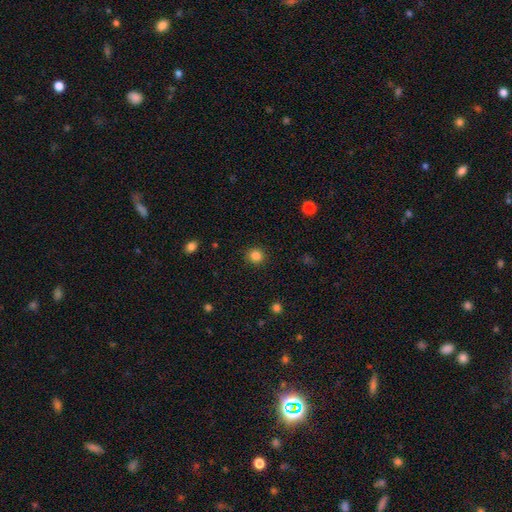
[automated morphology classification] type=smooth (85%); roundness=round (91%); merging=none (90%).